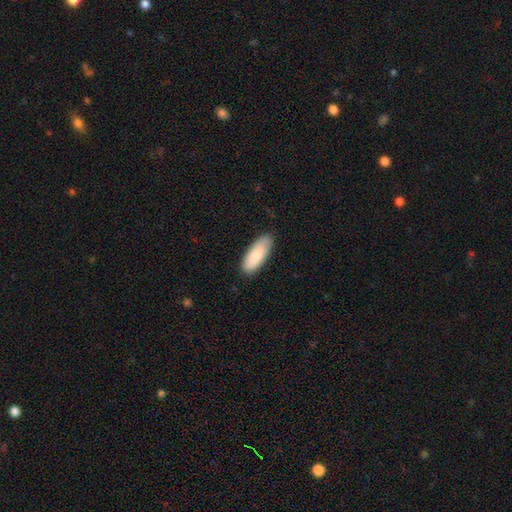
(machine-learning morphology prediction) Smooth or featured?
  - smooth: 86% *
  - featured or disk: 9%
  - star or artifact: 6%
How rounded?
  - in between: 76% *
  - cigar-shaped: 23%
  - round: 2%
Merging?
  - none: 85% *
  - minor disturbance: 12%
  - major disturbance: 2%
  - merger: 1%